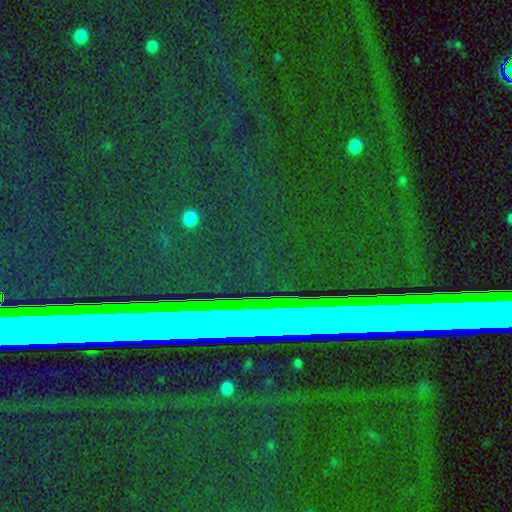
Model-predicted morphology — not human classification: Q: Smooth or featured?
A: star or artifact (83%); runner-up: smooth (9%)